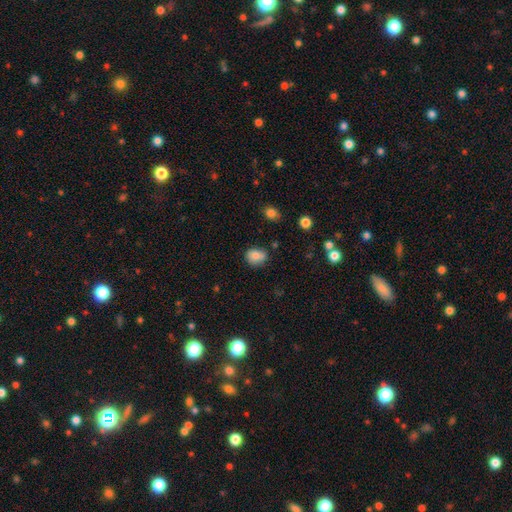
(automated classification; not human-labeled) smooth 79%, featured or disk 10%, star or artifact 10%. Down the decision tree: how rounded — round (63%); merging — none (67%).